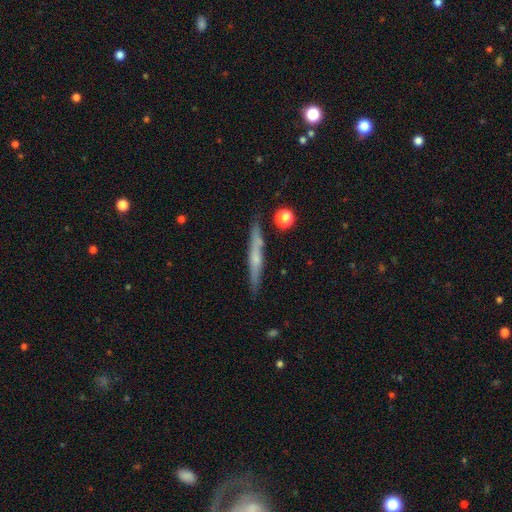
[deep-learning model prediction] Smooth or featured?
  - featured or disk: 55% *
  - smooth: 38%
  - star or artifact: 7%
Edge-on disk?
  - yes: 94% *
  - no: 6%
Edge-on bulge?
  - none: 47% *
  - rounded: 46%
  - boxy: 6%
Merging?
  - none: 84% *
  - minor disturbance: 10%
  - merger: 3%
  - major disturbance: 2%